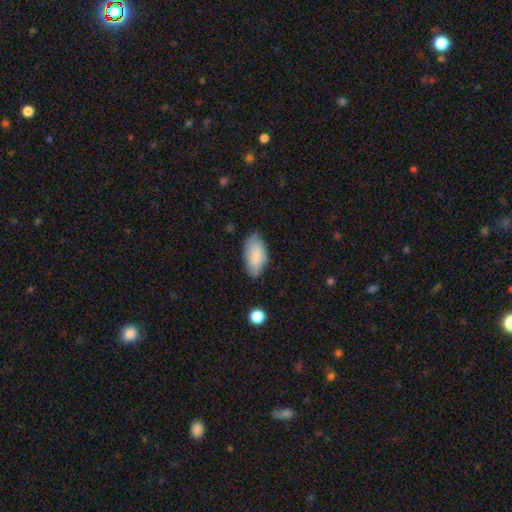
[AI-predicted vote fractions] The model was most divided on "merging": none: 75%, minor disturbance: 19%, major disturbance: 4%, merger: 1%. More confident: how rounded — in between (92%); smooth or featured — smooth (84%).